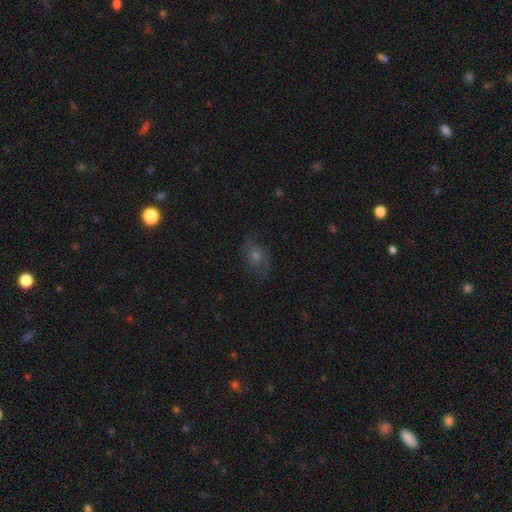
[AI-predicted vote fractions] This appears to be a featured or disk galaxy (48%). Merging: none (72%).